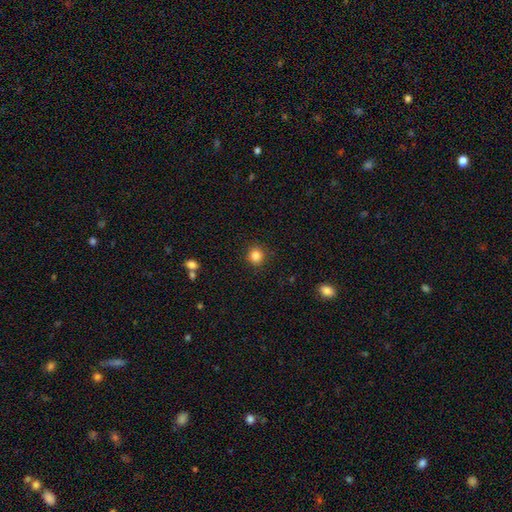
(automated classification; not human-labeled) A smooth galaxy with no disk features (85%) that is round (90%). Merging: none (90%).